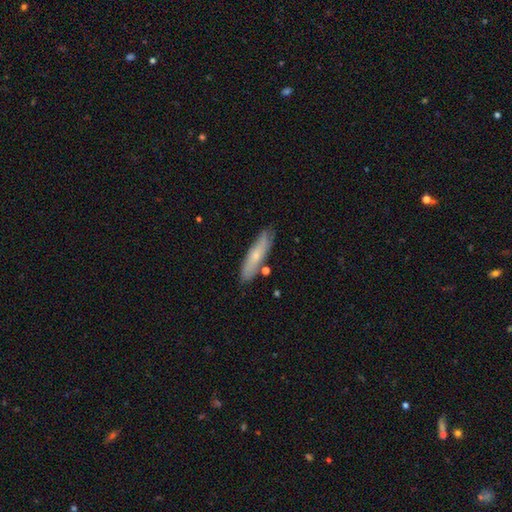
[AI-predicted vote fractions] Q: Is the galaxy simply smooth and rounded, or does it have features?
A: smooth — 56%.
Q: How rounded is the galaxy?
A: cigar-shaped — 78%.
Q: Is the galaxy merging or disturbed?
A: none — 79%.